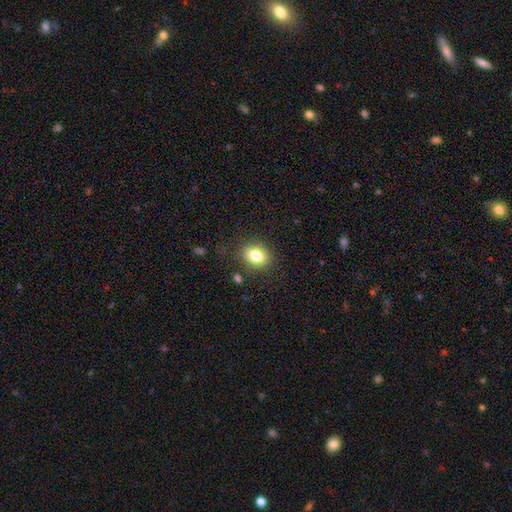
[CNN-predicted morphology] Smooth or featured? Predicted: smooth (p=0.80). How rounded? Predicted: in between (p=0.51). Merging? Predicted: none (p=0.83).